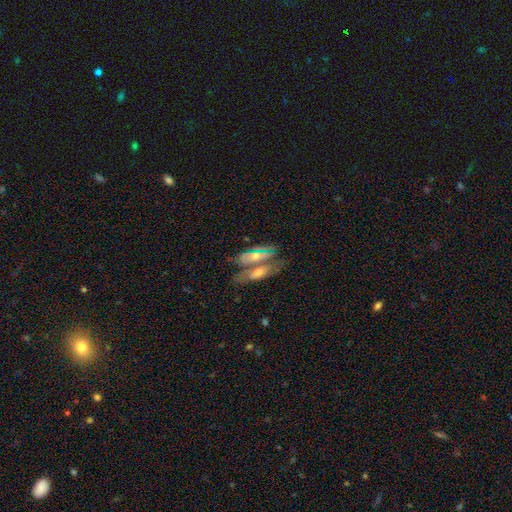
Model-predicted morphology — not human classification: Smooth or featured: featured or disk — 59% (smooth — 32%)
Edge-on disk: no — 66% (yes — 34%)
Merging: merger — 50% (none — 34%)